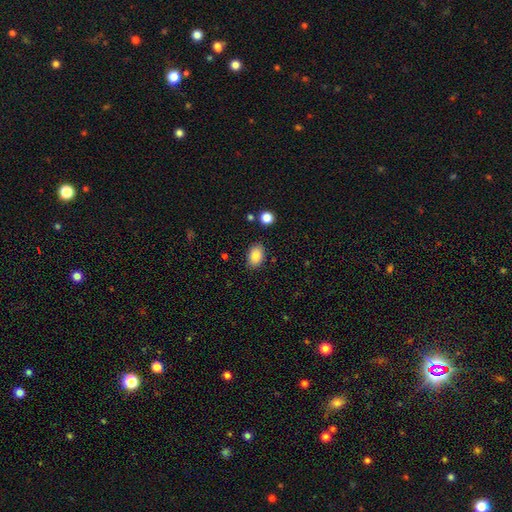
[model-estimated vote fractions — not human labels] Smooth or featured: smooth — 85% (star or artifact — 8%)
How rounded: in between — 85% (round — 14%)
Merging: none — 85% (minor disturbance — 10%)